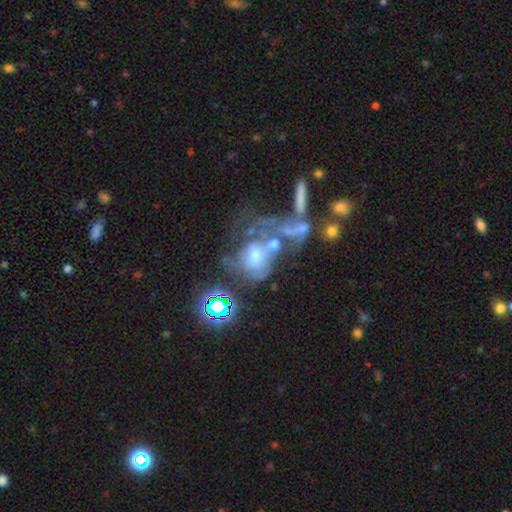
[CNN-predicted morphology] Smooth or featured? featured or disk (45%)
Merging? merger (46%)